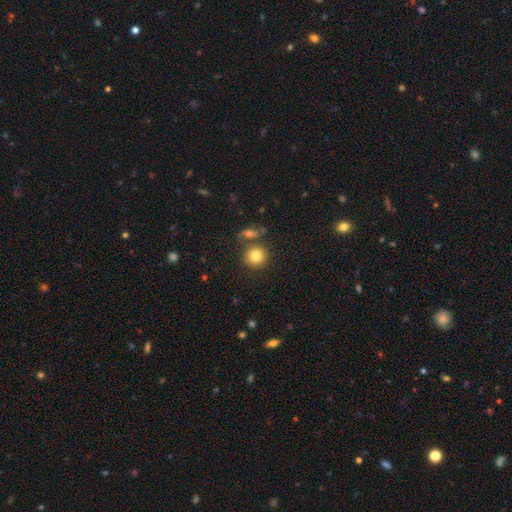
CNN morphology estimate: smooth_or_featured: smooth (p=0.83) [alt: star or artifact p=0.09]
how_rounded: round (p=0.89) [alt: in between p=0.10]
merging: none (p=0.71) [alt: merger p=0.16]